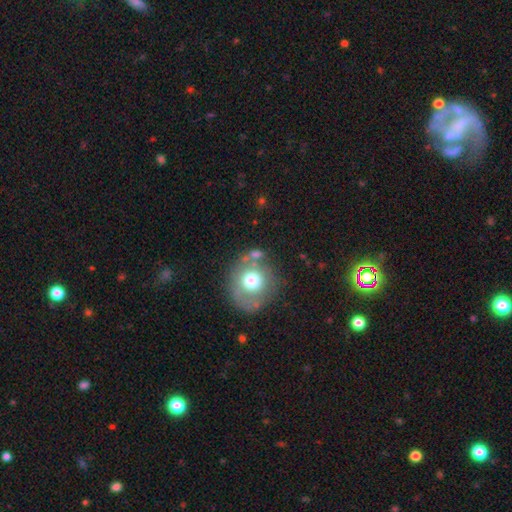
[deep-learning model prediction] The model was most divided on "smooth or featured": smooth: 60%, featured or disk: 28%, star or artifact: 11%. More confident: how rounded — round (84%); merging — none (66%).